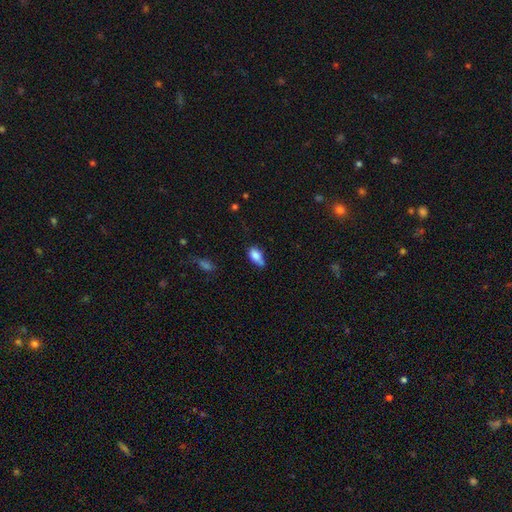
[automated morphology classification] smooth 81%, featured or disk 10%, star or artifact 9%. Down the decision tree: how rounded — in between (87%); merging — none (41%).